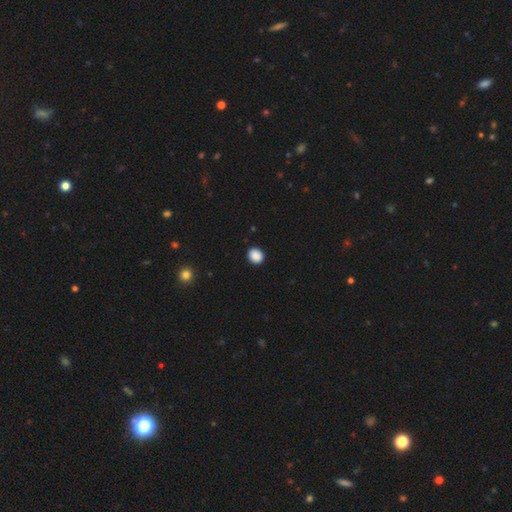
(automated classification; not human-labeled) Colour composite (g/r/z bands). It shows a smooth galaxy with no disk features (89%) that is round (70%). Merging: none (92%).